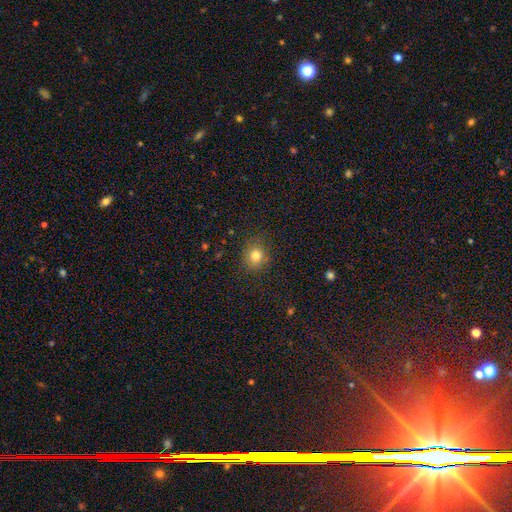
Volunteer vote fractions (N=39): A smooth galaxy with no disk features (95%) that is round (78%). Merging: none (82%).